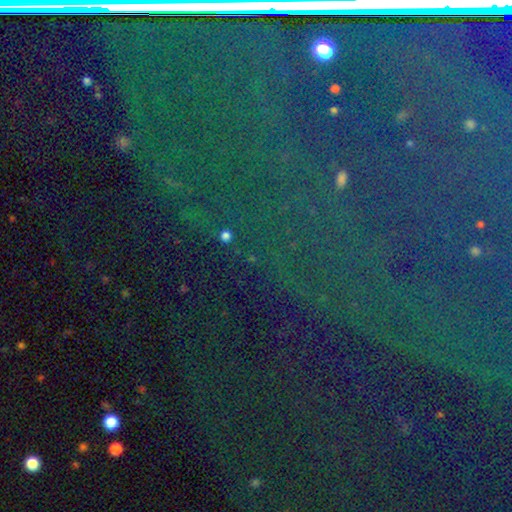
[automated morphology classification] A star or artifact, not a galaxy (86%).

Vote fractions:
- Smooth or featured? star or artifact: 86% / smooth: 7% / featured or disk: 7%